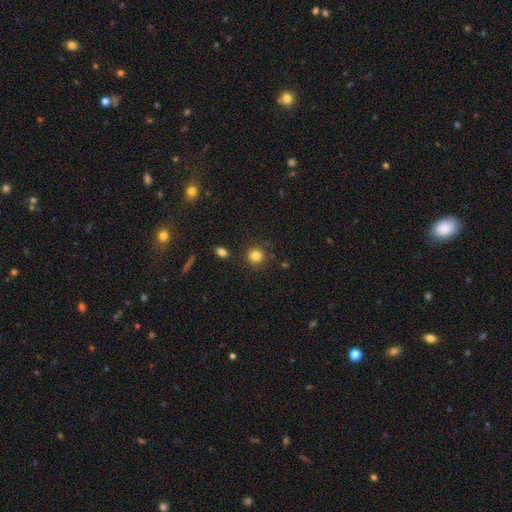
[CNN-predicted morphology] Smooth or featured: smooth — 83% (star or artifact — 11%)
How rounded: round — 91% (in between — 8%)
Merging: none — 88% (minor disturbance — 7%)